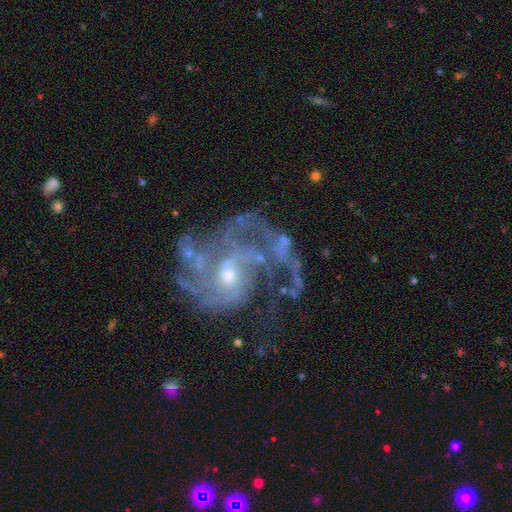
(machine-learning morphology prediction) Smooth or featured?
  - featured or disk: 85% *
  - star or artifact: 9%
  - smooth: 6%
Edge-on disk?
  - no: 98% *
  - yes: 2%
Bar?
  - no: 72% *
  - weak: 22%
  - strong: 5%
Spiral arms?
  - yes: 89% *
  - no: 11%
Spiral winding?
  - medium: 43% *
  - tight: 31%
  - loose: 26%
Spiral arm count?
  - can't tell: 27% *
  - 3: 22%
  - 2: 20%
  - 4: 14%
  - 1: 9%
  - more than 4: 9%
Bulge size?
  - small: 54% *
  - moderate: 39%
  - none: 4%
  - large: 3%
  - dominant: 1%
Merging?
  - major disturbance: 37% * (tied)
  - none: 37% * (tied)
  - minor disturbance: 17%
  - merger: 9%